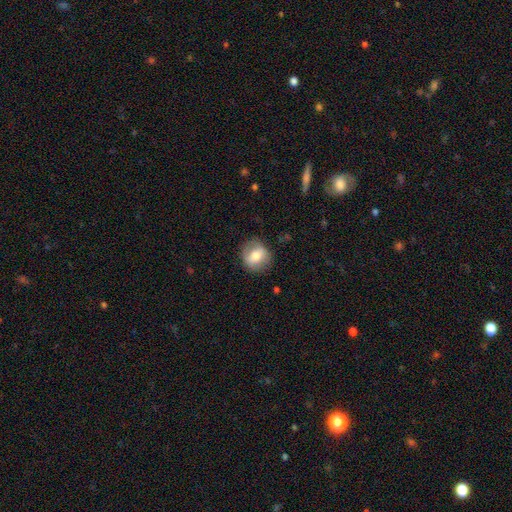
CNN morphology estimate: smooth-or-featured: smooth: 63% | featured or disk: 29% | star or artifact: 8%
  how-rounded: round: 79% | in between: 20% | cigar-shaped: 1%
  merging: none: 83% | minor disturbance: 12% | major disturbance: 4% | merger: 1%